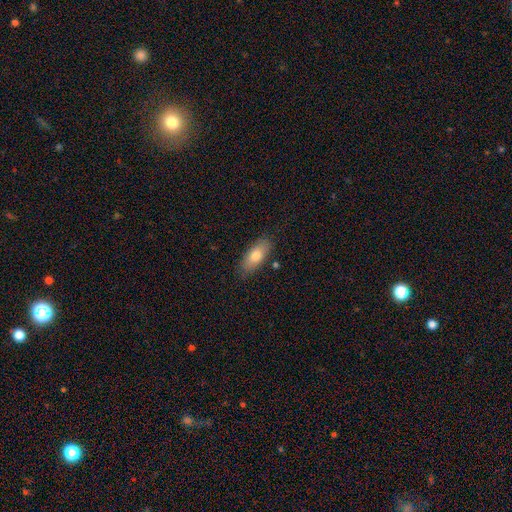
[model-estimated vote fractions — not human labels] A smooth galaxy with no disk features (75%) that is in between round and cigar-shaped (82%).

Vote fractions:
- Smooth or featured? smooth: 75% / featured or disk: 19% / star or artifact: 7%
- How rounded? in between: 82% / cigar-shaped: 15% / round: 3%
- Merging? none: 83% / minor disturbance: 13% / major disturbance: 3% / merger: 2%